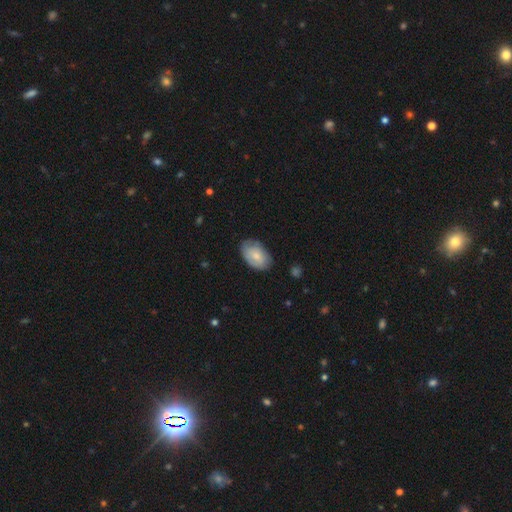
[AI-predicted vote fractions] This appears to be a smooth galaxy with no disk features (71%) that is in between round and cigar-shaped (91%). Merging: none (71%).